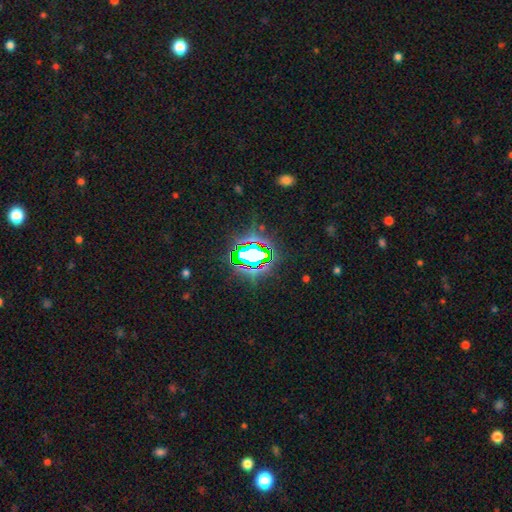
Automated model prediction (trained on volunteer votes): Q: Smooth or featured?
A: star or artifact (75%); runner-up: smooth (14%)